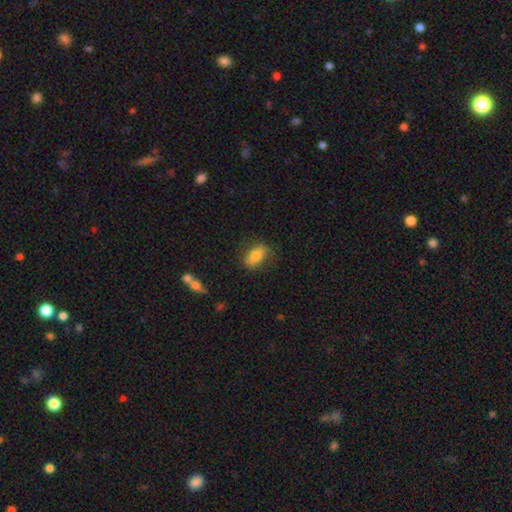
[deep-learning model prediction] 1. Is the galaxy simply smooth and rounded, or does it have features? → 71% smooth, 22% featured or disk, 7% star or artifact.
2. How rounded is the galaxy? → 84% in between, 8% round, 8% cigar-shaped.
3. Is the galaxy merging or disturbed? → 74% none, 18% minor disturbance, 6% major disturbance, 2% merger.